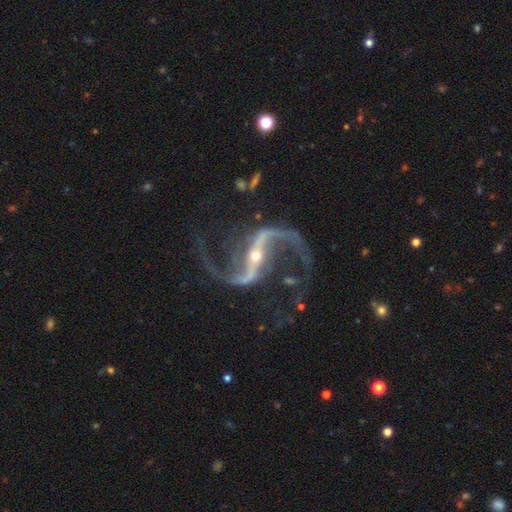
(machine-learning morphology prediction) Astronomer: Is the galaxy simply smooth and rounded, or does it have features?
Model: featured or disk — 94%.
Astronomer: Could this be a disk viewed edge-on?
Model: no — 97%.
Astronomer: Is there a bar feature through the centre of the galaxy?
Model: strong — 67%.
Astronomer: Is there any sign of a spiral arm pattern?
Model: yes — 99%.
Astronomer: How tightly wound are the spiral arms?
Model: loose — 69%.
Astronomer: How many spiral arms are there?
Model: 2 — 95%.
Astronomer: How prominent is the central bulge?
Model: small — 72%.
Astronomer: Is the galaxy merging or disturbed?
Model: none — 76%.